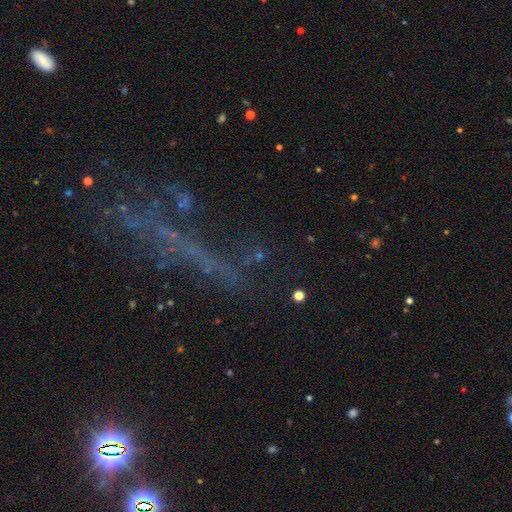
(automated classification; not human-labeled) A star or artifact, not a galaxy (54%).

Vote fractions:
- Smooth or featured? star or artifact: 54% / featured or disk: 25% / smooth: 21%